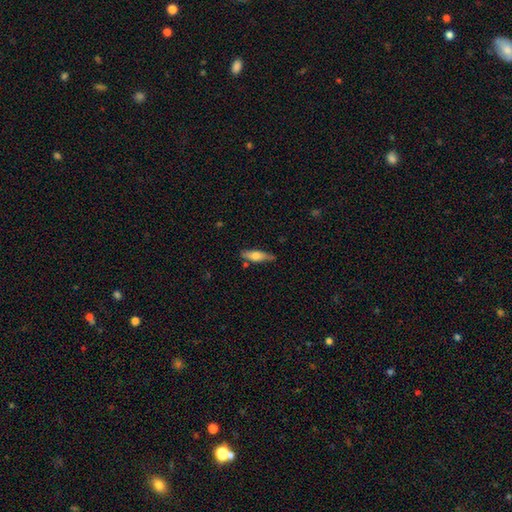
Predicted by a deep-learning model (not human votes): smooth_or_featured: smooth (p=0.60) [alt: featured or disk p=0.33]
how_rounded: cigar-shaped (p=0.58) [alt: in between p=0.40]
merging: none (p=0.74) [alt: minor disturbance p=0.18]